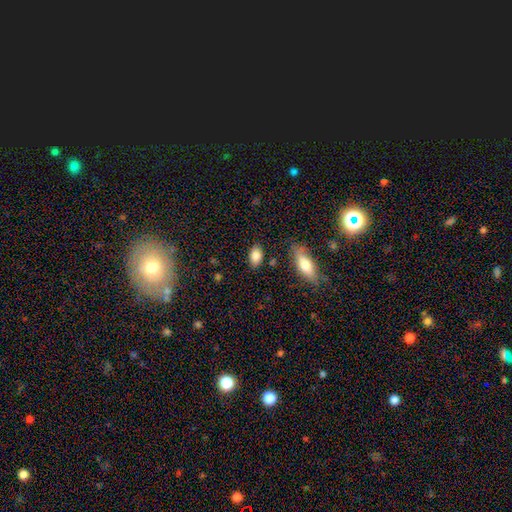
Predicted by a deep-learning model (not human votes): This appears to be a smooth galaxy with no disk features (85%) that is in between round and cigar-shaped (88%). Merging: none (84%).